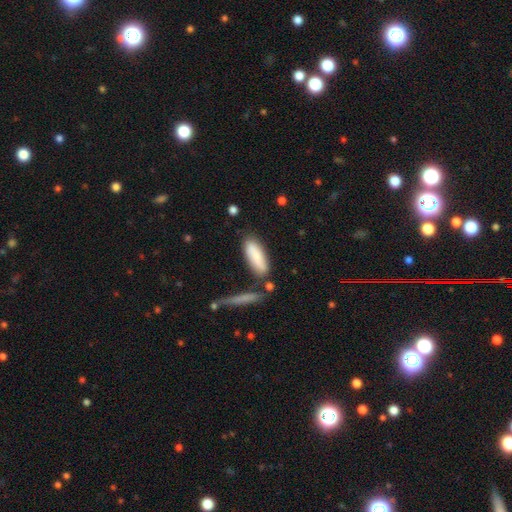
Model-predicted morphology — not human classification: Smooth or featured?
  - smooth: 76% *
  - featured or disk: 18%
  - star or artifact: 6%
How rounded?
  - in between: 65% *
  - cigar-shaped: 33%
  - round: 2%
Merging?
  - none: 66% *
  - minor disturbance: 18%
  - merger: 11%
  - major disturbance: 5%